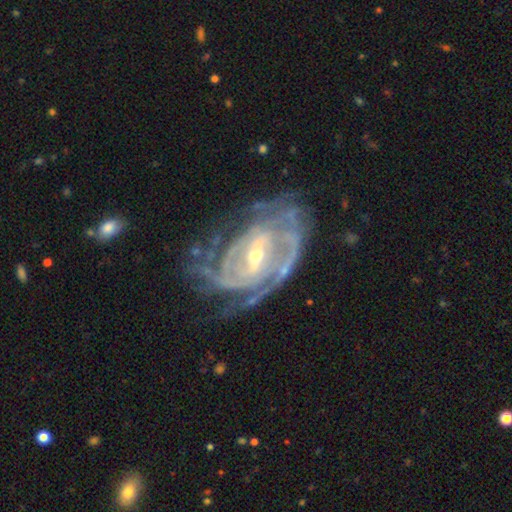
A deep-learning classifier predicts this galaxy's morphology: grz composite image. It shows a featured or disk galaxy (90%) with a weak bar (45%), tight (66%) spiral arms (96%) and a small central bulge (59%). Merging: none (60%).